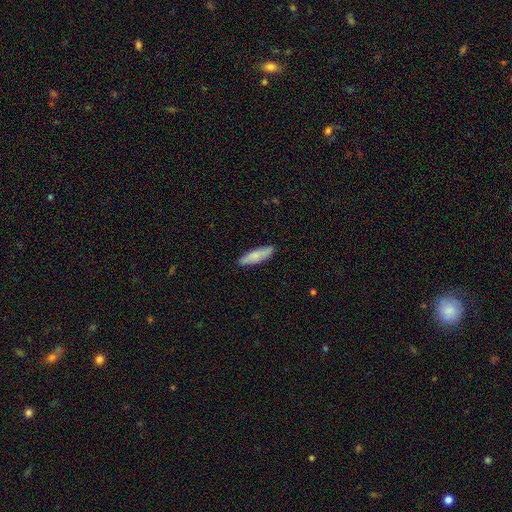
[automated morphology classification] Smooth or featured?
  - smooth: 78% *
  - featured or disk: 16%
  - star or artifact: 6%
How rounded?
  - cigar-shaped: 60% *
  - in between: 39%
  - round: 2%
Merging?
  - none: 87% *
  - minor disturbance: 11%
  - major disturbance: 2%
  - merger: 1%